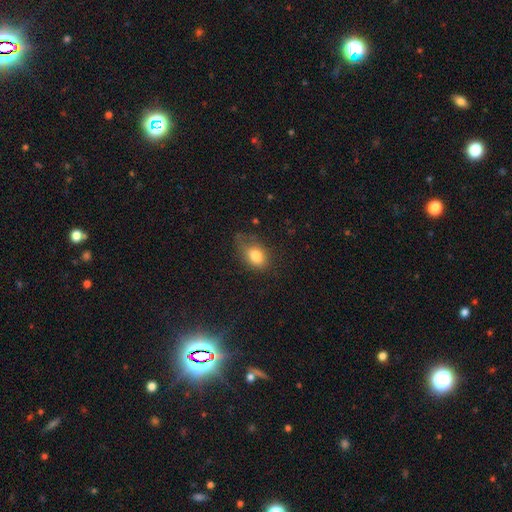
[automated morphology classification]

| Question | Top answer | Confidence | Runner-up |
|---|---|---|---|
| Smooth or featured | smooth | 79% | featured or disk (11%) |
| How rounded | in between | 79% | round (20%) |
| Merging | none | 46% | minor disturbance (33%) |